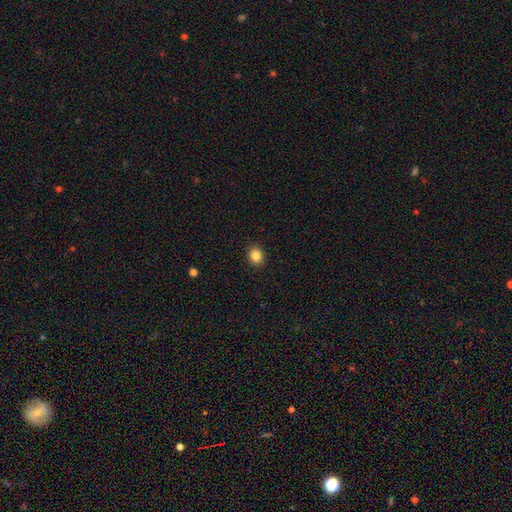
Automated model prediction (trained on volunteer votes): Q: Smooth or featured?
A: smooth (85%); runner-up: star or artifact (11%)
Q: How rounded?
A: round (75%); runner-up: in between (24%)
Q: Merging?
A: none (91%); runner-up: minor disturbance (6%)